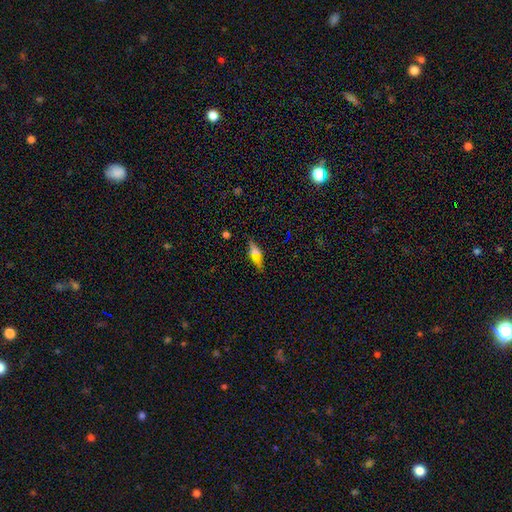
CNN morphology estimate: A smooth galaxy with no disk features (55%) that is in between round and cigar-shaped (56%).

Vote fractions:
- Smooth or featured? smooth: 55% / featured or disk: 28% / star or artifact: 16%
- How rounded? in between: 56% / cigar-shaped: 39% / round: 5%
- Merging? none: 84% / minor disturbance: 11% / major disturbance: 3% / merger: 2%